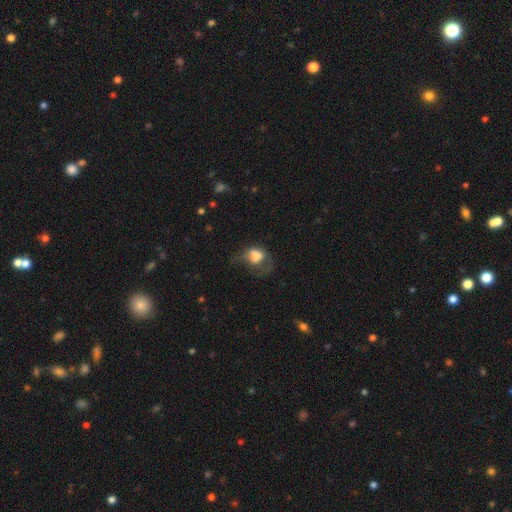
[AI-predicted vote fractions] This appears to be a smooth galaxy with no disk features (67%) that is in between round and cigar-shaped (61%). Merging: major disturbance (53%).